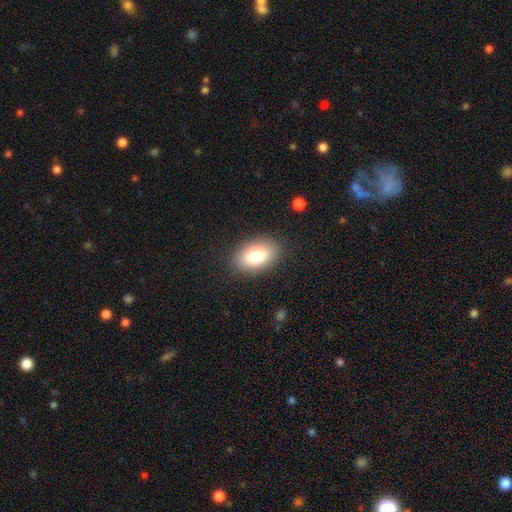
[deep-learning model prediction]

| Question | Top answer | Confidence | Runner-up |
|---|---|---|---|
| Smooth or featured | smooth | 81% | featured or disk (11%) |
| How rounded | in between | 90% | round (9%) |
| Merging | none | 86% | minor disturbance (10%) |